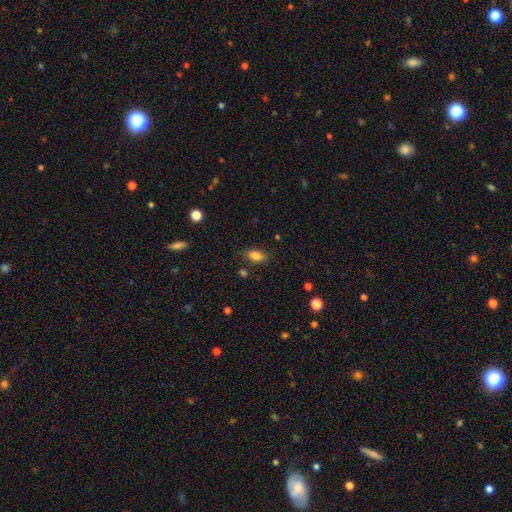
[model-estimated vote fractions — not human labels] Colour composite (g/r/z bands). It shows a smooth galaxy with no disk features (84%) that is in between round and cigar-shaped (87%). Merging: none (84%).